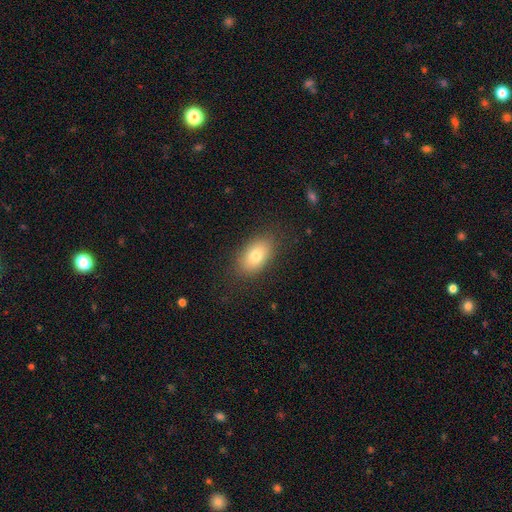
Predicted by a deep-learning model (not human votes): Morphology: type=smooth (78%); roundness=in between (89%); merging=none (84%).